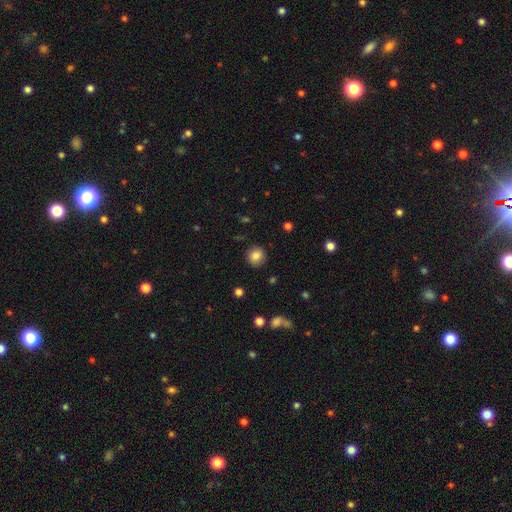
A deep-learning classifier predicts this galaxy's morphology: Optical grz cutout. It shows a smooth galaxy with no disk features (84%) that is round (87%). Merging: none (89%).